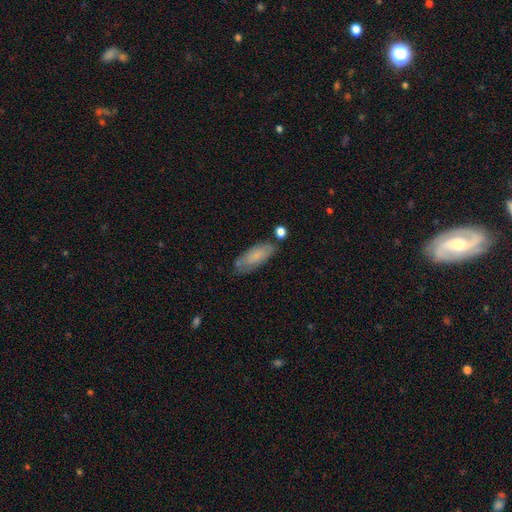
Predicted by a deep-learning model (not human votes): Q: Smooth or featured?
A: smooth (72%); runner-up: featured or disk (21%)
Q: How rounded?
A: in between (72%); runner-up: cigar-shaped (26%)
Q: Merging?
A: none (64%); runner-up: minor disturbance (23%)